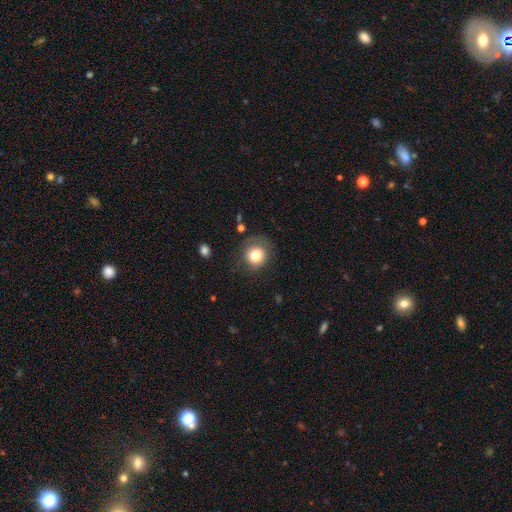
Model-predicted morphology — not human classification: Smooth or featured? Predicted: smooth (p=0.80). How rounded? Predicted: round (p=0.85). Merging? Predicted: none (p=0.73).